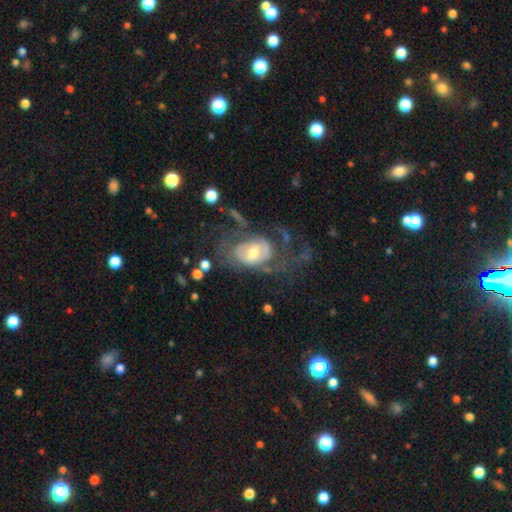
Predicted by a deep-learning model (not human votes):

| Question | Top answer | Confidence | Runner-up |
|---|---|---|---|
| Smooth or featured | featured or disk | 75% | smooth (17%) |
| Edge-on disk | no | 95% | yes (5%) |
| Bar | no | 54% | weak (36%) |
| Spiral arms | yes | 71% | no (29%) |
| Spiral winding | medium | 39% | tight (35%) |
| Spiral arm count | can't tell | 41% | 2 (37%) |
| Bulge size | moderate | 62% | small (24%) |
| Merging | none | 39% | major disturbance (38%) |